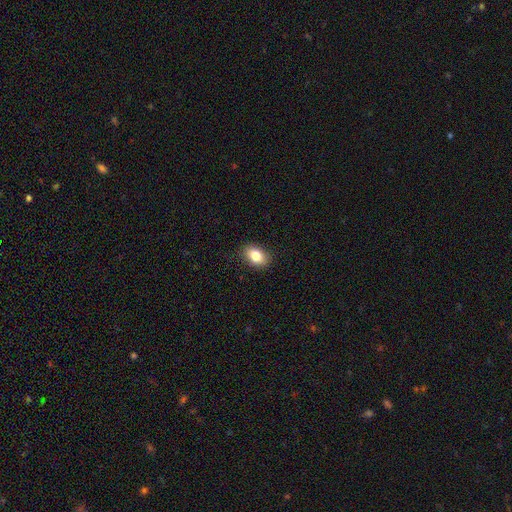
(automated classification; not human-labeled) Overall: smooth (84%). How rounded: in between (83%). Merging: none (86%).